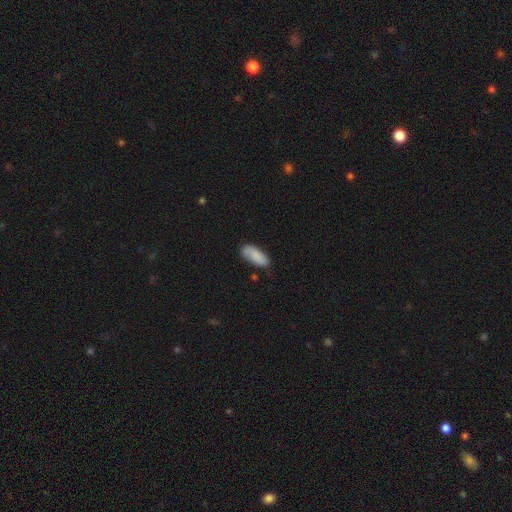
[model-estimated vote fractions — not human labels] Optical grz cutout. It shows a smooth galaxy with no disk features (83%) that is in between round and cigar-shaped (85%). Merging: none (66%).